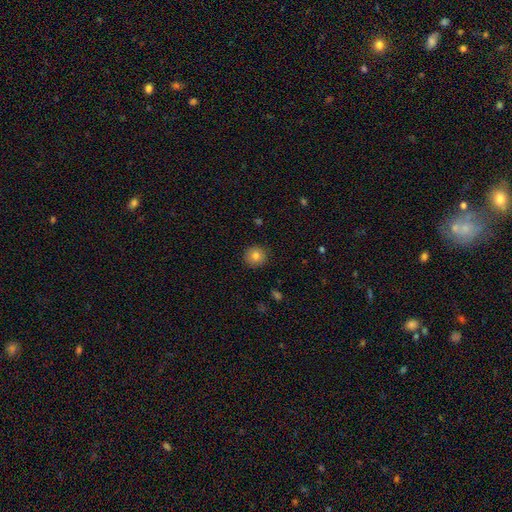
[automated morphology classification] A smooth galaxy with no disk features (82%) that is round (91%). Merging: none (90%).